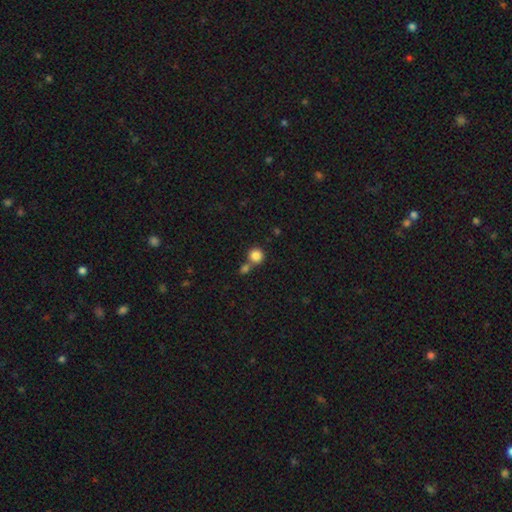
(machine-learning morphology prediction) Smooth or featured? Predicted: smooth (p=0.85). How rounded? Predicted: round (p=0.92). Merging? Predicted: none (p=0.58).